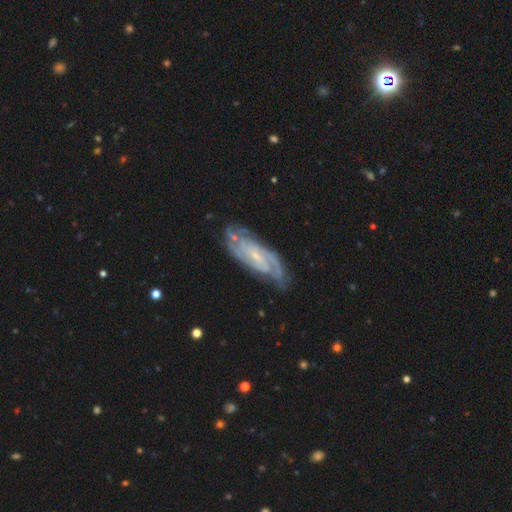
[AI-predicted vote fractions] A featured or disk galaxy (84%) with no bar (46%), 2 (36%) tight (57%) spiral arms (95%) and a small central bulge (74%). Merging: none (75%).